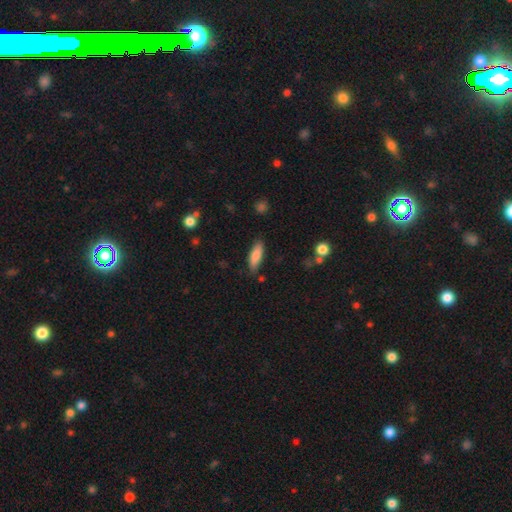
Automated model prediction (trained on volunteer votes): smooth-or-featured: smooth: 84% | featured or disk: 10% | star or artifact: 6%
  how-rounded: in between: 56% | cigar-shaped: 43% | round: 2%
  merging: none: 82% | minor disturbance: 13% | major disturbance: 3% | merger: 2%